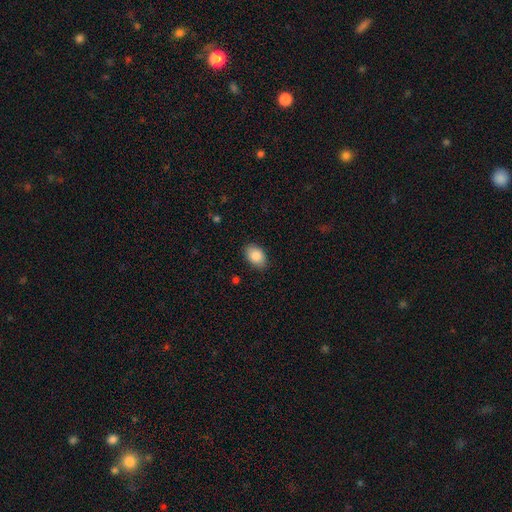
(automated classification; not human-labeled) This is clearly a smooth galaxy (88%). How rounded: clearly in between (86%). Merging: clearly none (85%).